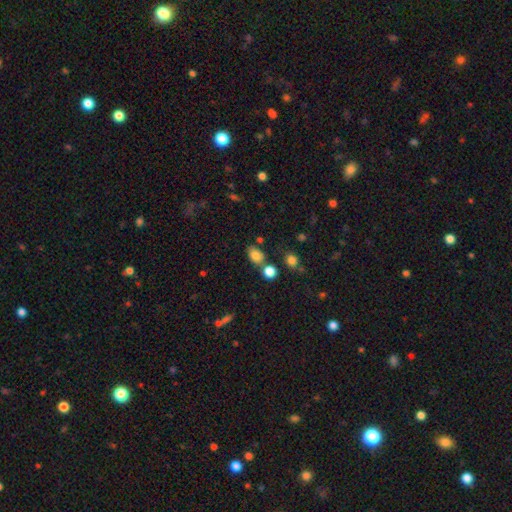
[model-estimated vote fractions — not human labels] smooth_or_featured: smooth (p=0.81) [alt: star or artifact p=0.11]
how_rounded: in between (p=0.76) [alt: round p=0.22]
merging: none (p=0.67) [alt: merger p=0.15]